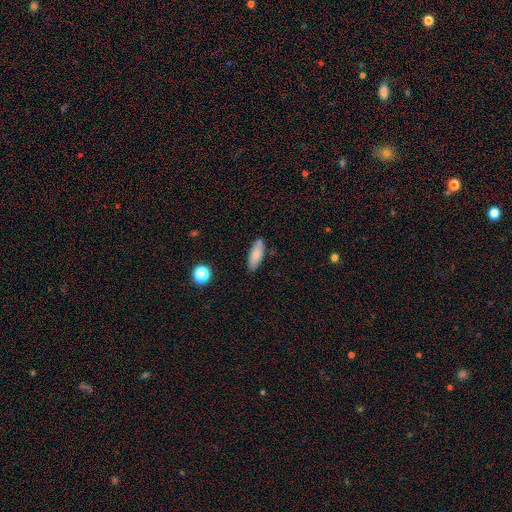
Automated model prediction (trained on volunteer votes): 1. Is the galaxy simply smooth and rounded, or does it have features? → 81% smooth, 11% featured or disk, 8% star or artifact.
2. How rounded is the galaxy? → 68% in between, 30% cigar-shaped, 2% round.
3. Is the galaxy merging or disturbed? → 78% none, 15% minor disturbance, 4% merger, 3% major disturbance.